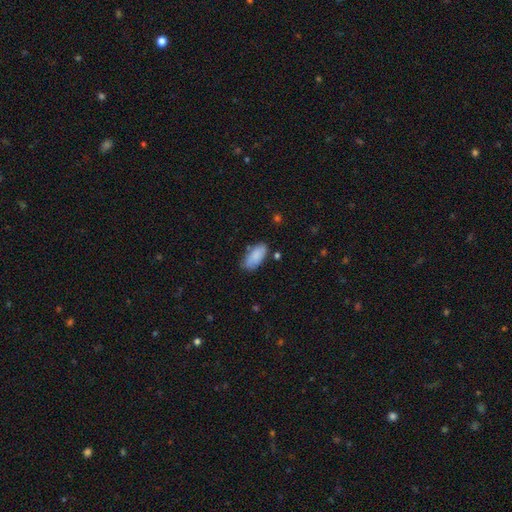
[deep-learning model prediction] This is clearly a smooth galaxy (86%). How rounded: clearly in between (89%). Merging: likely none (70%).